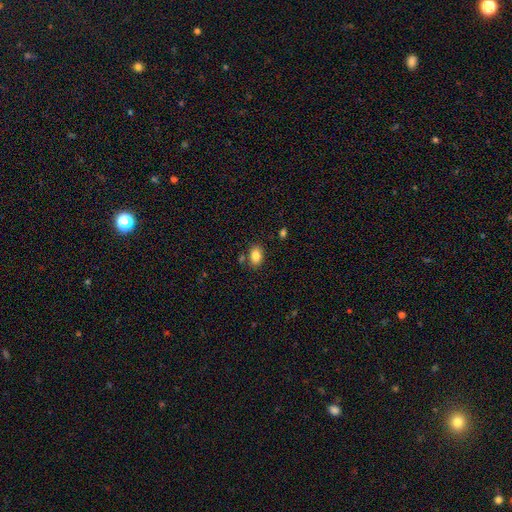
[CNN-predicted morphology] A smooth galaxy with no disk features (85%) that is in between round and cigar-shaped (82%).

Vote fractions:
- Smooth or featured? smooth: 85% / star or artifact: 9% / featured or disk: 6%
- How rounded? in between: 82% / round: 17% / cigar-shaped: 1%
- Merging? none: 79% / minor disturbance: 12% / merger: 7% / major disturbance: 3%